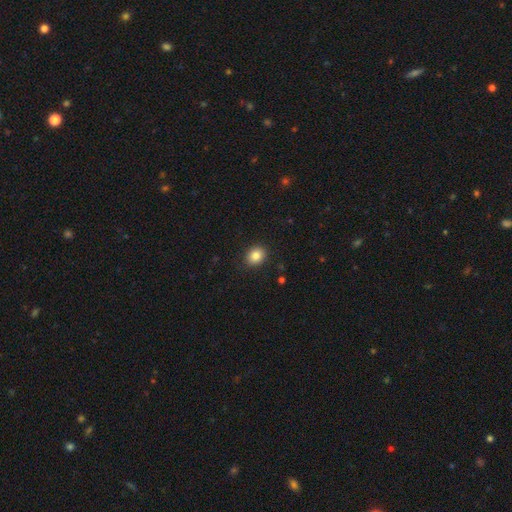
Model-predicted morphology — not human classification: Smooth or featured? smooth (85%)
How rounded? round (56%)
Merging? none (89%)